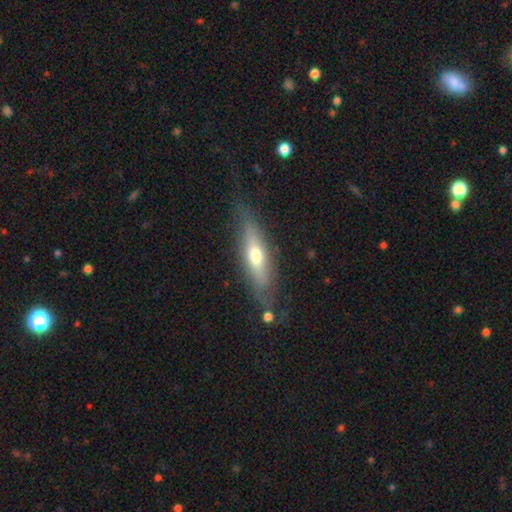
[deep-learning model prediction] featured or disk 48%, smooth 45%, star or artifact 6%. Down the decision tree: merging — none (75%).